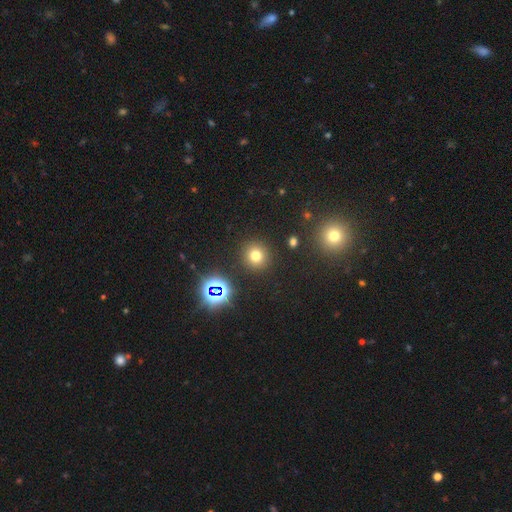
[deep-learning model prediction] Morphology: type=smooth (70%); roundness=round (92%); merging=none (89%).